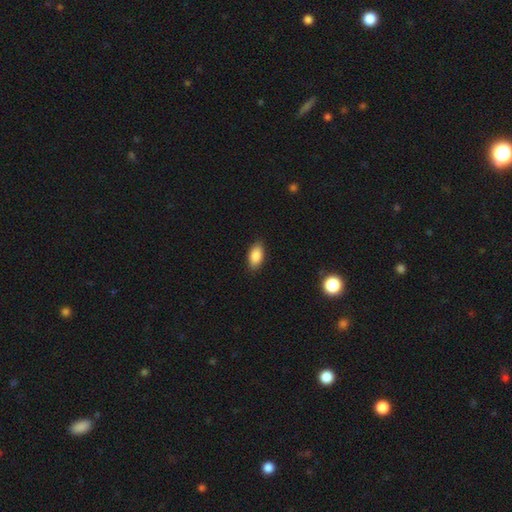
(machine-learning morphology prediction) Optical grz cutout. It shows a smooth galaxy with no disk features (88%) that is in between round and cigar-shaped (92%). Merging: none (87%).